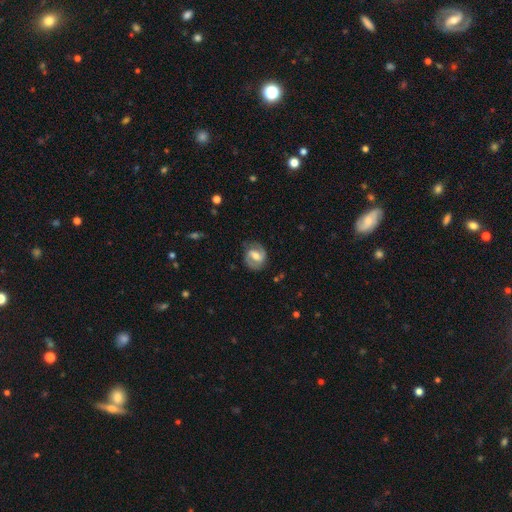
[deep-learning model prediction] This is likely a featured or disk galaxy (72%). It is clearly not viewed edge-on (97%). Bar: possibly weak (48%). Spiral arm pattern: clearly yes (88%). Spiral arm count: clearly 2 (87%). Spiral winding: possibly medium (49%). Central bulge: likely moderate (64%). Merging: likely none (79%).